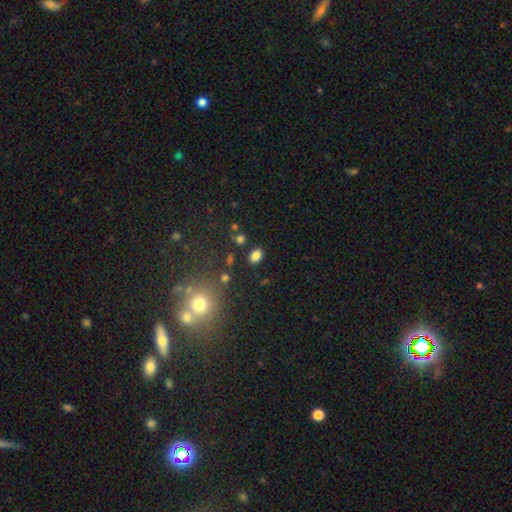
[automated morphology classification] Smooth or featured? Predicted: smooth (p=0.82). How rounded? Predicted: in between (p=0.75). Merging? Predicted: none (p=0.85).